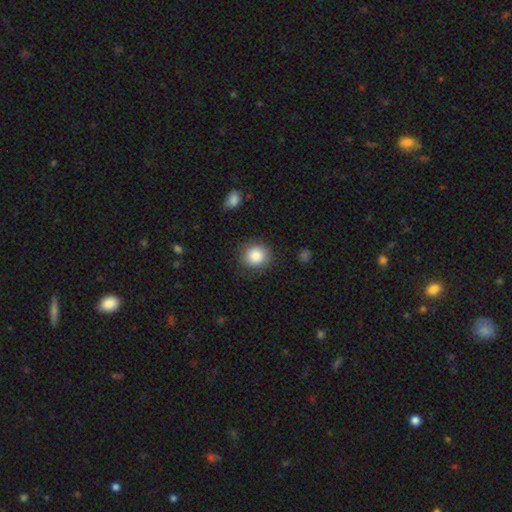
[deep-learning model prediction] Q: Smooth or featured?
A: smooth (86%); runner-up: star or artifact (8%)
Q: How rounded?
A: round (82%); runner-up: in between (17%)
Q: Merging?
A: none (83%); runner-up: minor disturbance (12%)